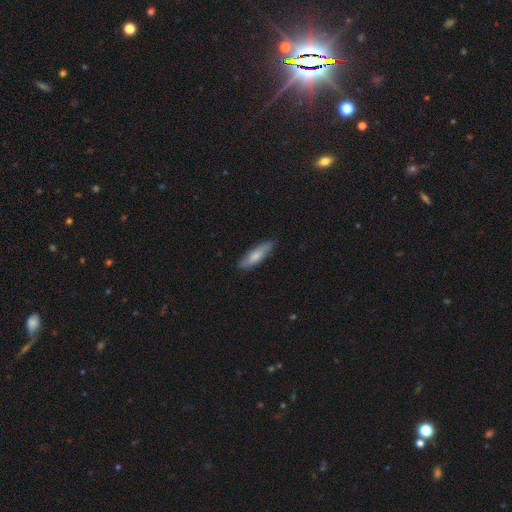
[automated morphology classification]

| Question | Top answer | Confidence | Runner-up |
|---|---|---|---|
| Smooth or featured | smooth | 68% | featured or disk (26%) |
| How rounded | cigar-shaped | 64% | in between (34%) |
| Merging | none | 83% | minor disturbance (14%) |